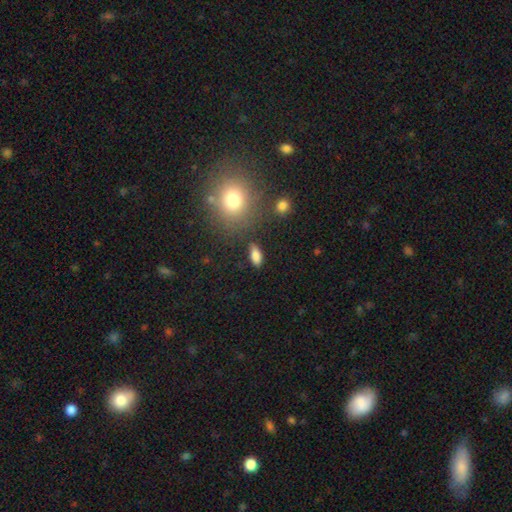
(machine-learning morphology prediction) type=smooth (84%); roundness=in between (83%); merging=none (84%).